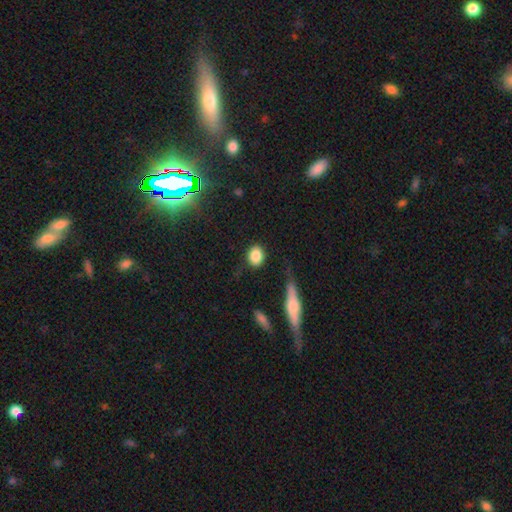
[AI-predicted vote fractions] The model was most divided on "how rounded": round: 54%, in between: 44%, cigar-shaped: 2%. More confident: smooth or featured — smooth (85%); merging — none (82%).